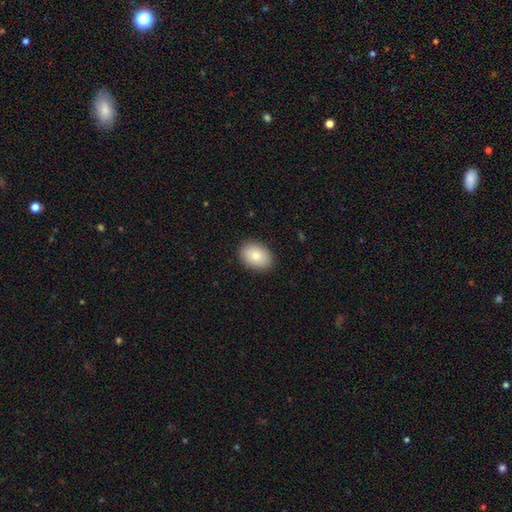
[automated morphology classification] Q: Smooth or featured?
A: smooth (78%); runner-up: featured or disk (14%)
Q: How rounded?
A: in between (75%); runner-up: round (24%)
Q: Merging?
A: none (89%); runner-up: minor disturbance (8%)